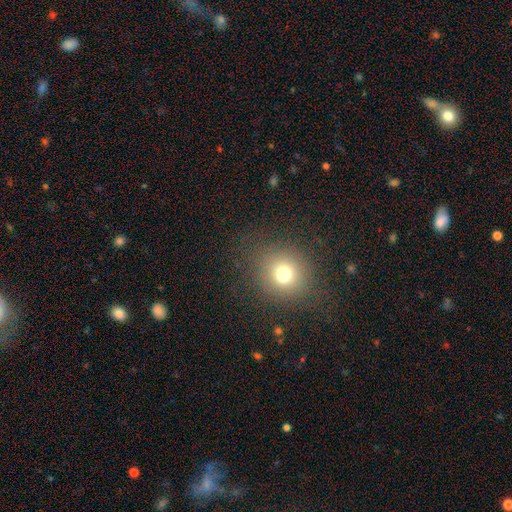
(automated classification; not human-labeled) Q: Smooth or featured?
A: smooth (69%); runner-up: star or artifact (23%)
Q: How rounded?
A: round (80%); runner-up: in between (19%)
Q: Merging?
A: none (89%); runner-up: minor disturbance (7%)